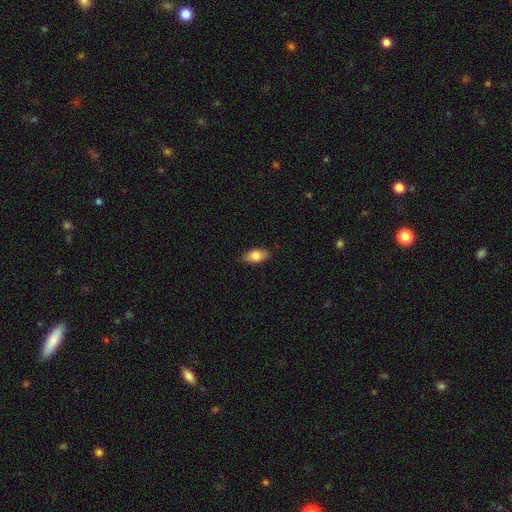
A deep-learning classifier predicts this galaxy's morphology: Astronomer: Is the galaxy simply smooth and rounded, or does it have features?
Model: smooth — 80%.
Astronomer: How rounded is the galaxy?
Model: in between — 89%.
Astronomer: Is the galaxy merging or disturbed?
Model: none — 86%.